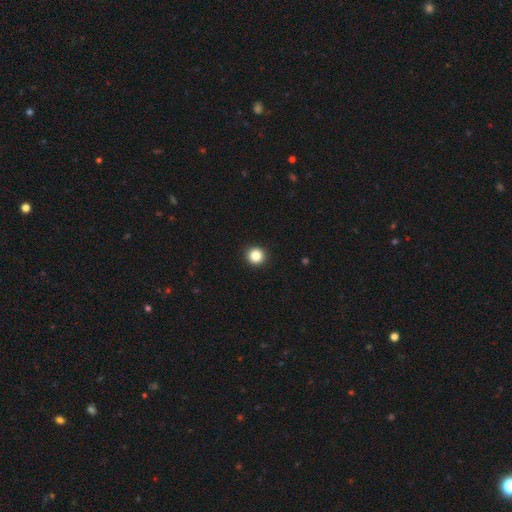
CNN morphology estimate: A smooth galaxy with no disk features (85%) that is round (95%).

Vote fractions:
- Smooth or featured? smooth: 85% / star or artifact: 11% / featured or disk: 4%
- How rounded? round: 95% / in between: 4% / cigar-shaped: 1%
- Merging? none: 94% / minor disturbance: 4% / major disturbance: 1% / merger: 1%